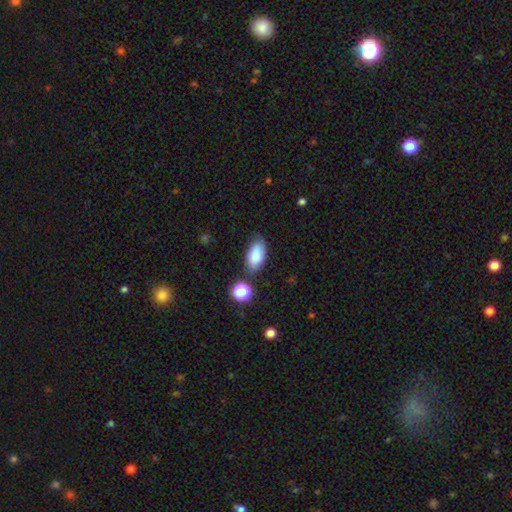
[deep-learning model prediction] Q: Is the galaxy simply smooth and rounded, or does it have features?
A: smooth — 85%.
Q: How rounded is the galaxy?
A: in between — 92%.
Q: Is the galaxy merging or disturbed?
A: none — 73%.